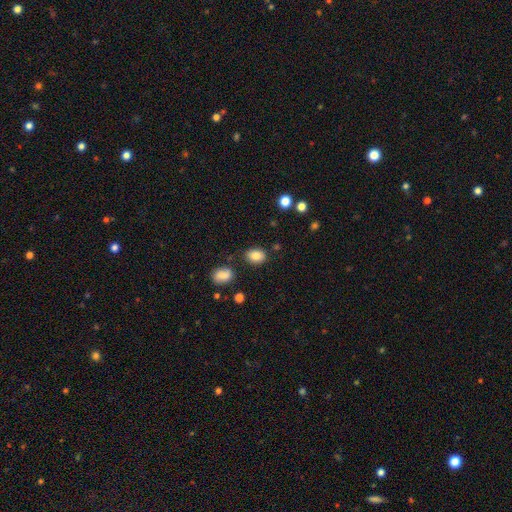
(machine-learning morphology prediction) This is clearly a smooth galaxy (85%). How rounded: likely in between (70%). Merging: likely none (80%).